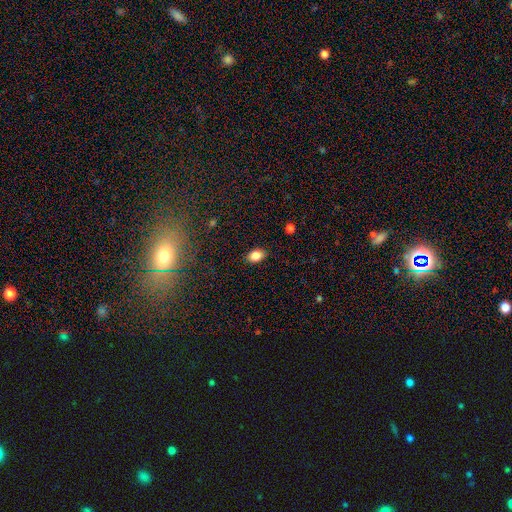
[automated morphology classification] This appears to be a smooth galaxy with no disk features (85%) that is in between round and cigar-shaped (83%). Merging: none (86%).